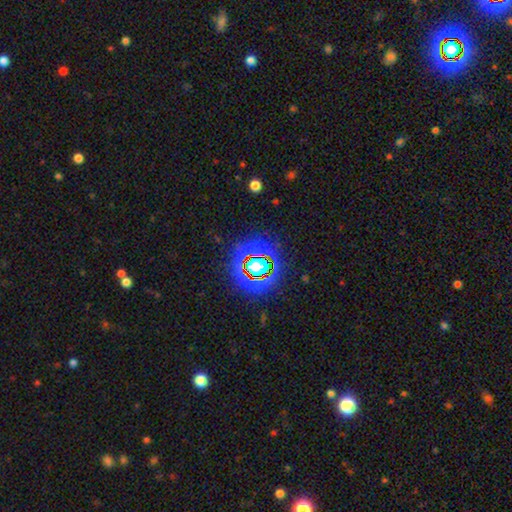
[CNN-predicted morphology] Overall: star or artifact (80%).